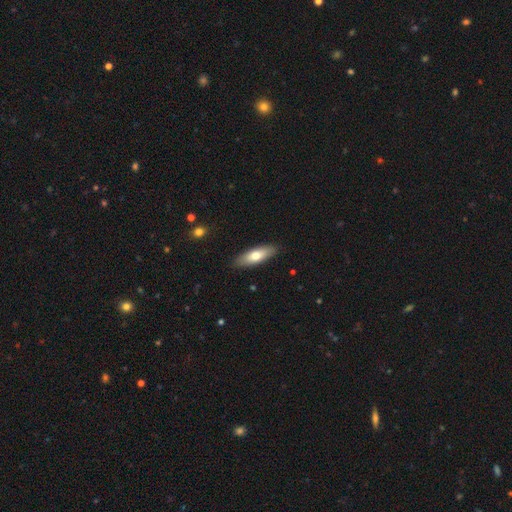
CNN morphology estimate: smooth-or-featured: smooth: 68% | featured or disk: 26% | star or artifact: 6%
  how-rounded: in between: 57% | cigar-shaped: 41% | round: 2%
  merging: none: 88% | minor disturbance: 9% | major disturbance: 2% | merger: 1%